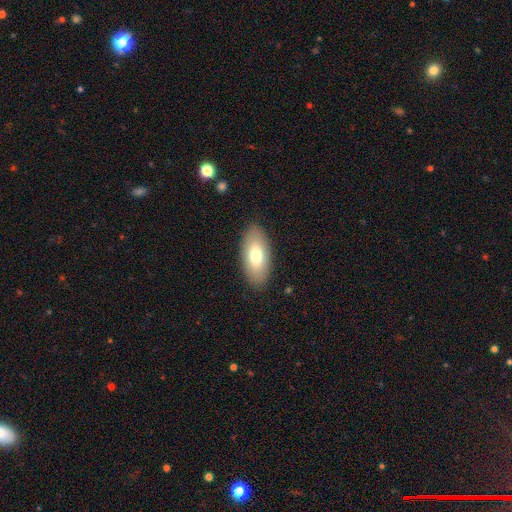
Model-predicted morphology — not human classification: Overall: smooth (75%). How rounded: in between (91%). Merging: none (88%).